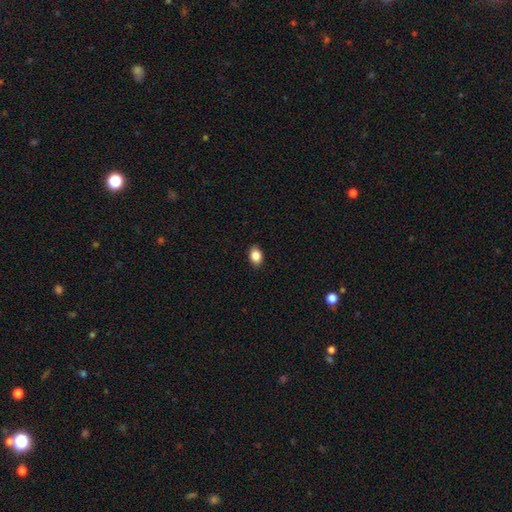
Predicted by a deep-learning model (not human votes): Morphology: type=smooth (86%); roundness=in between (77%); merging=none (89%).